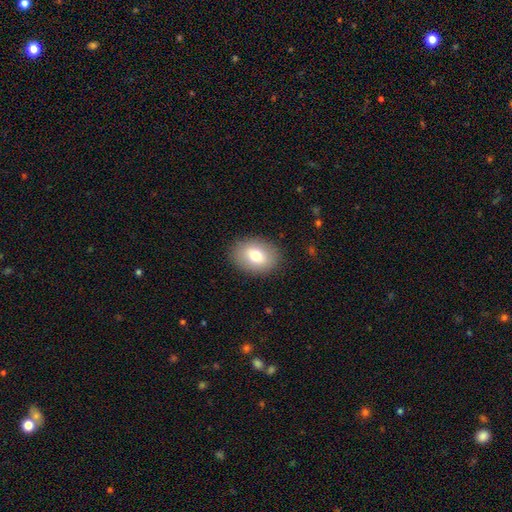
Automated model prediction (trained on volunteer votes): This appears to be a smooth galaxy with no disk features (75%) that is in between round and cigar-shaped (69%). Merging: none (87%).